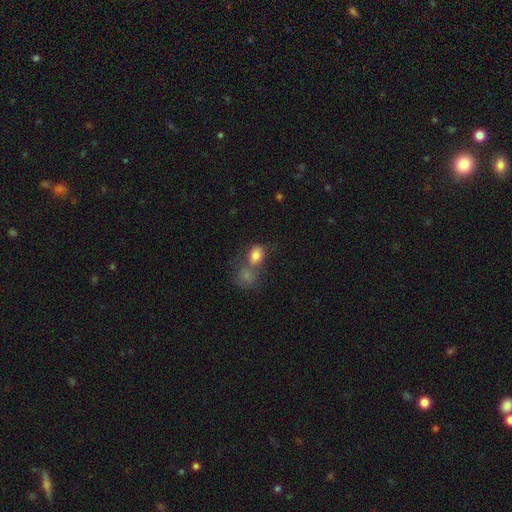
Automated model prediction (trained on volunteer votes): Morphology: type=smooth (80%); roundness=in between (68%); merging=merger (43%).